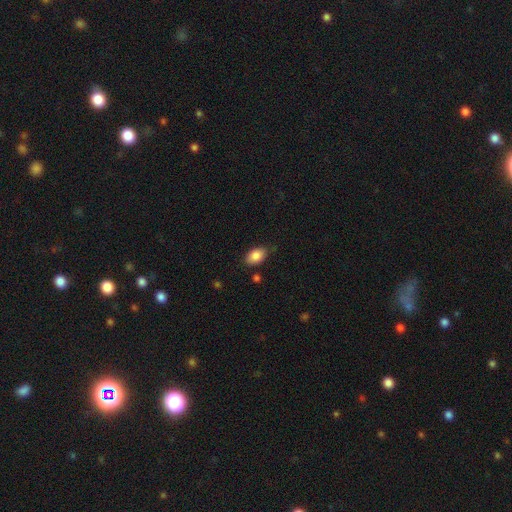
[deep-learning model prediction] A smooth galaxy with no disk features (86%) that is in between round and cigar-shaped (89%).

Vote fractions:
- Smooth or featured? smooth: 86% / star or artifact: 7% / featured or disk: 7%
- How rounded? in between: 89% / round: 9% / cigar-shaped: 2%
- Merging? none: 80% / minor disturbance: 15% / major disturbance: 3% / merger: 2%